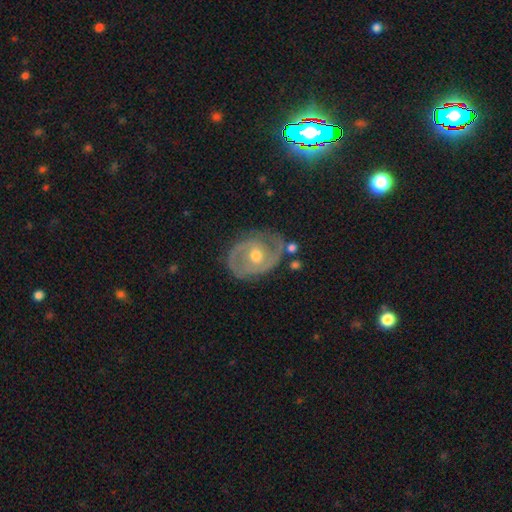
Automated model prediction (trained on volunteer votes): This is likely a featured or disk galaxy (80%). It is clearly not viewed edge-on (97%). Bar: possibly no (55%). Spiral arm pattern: clearly yes (88%). Spiral arm count: likely 2 (72%). Spiral winding: possibly tight (51%). Central bulge: likely moderate (65%). Merging: likely none (73%).